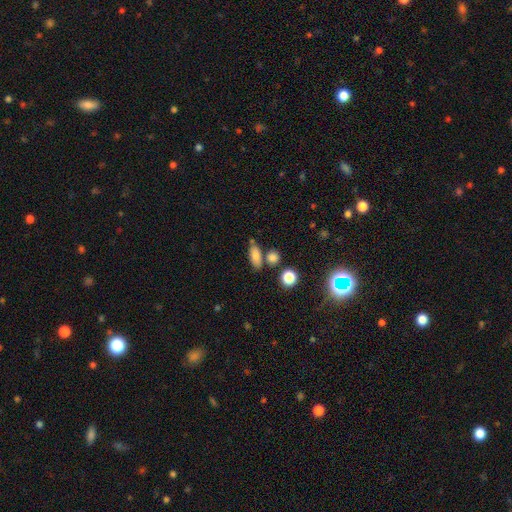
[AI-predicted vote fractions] smooth-or-featured: smooth: 80% | star or artifact: 11% | featured or disk: 9%
  how-rounded: in between: 75% | cigar-shaped: 16% | round: 9%
  merging: none: 67% | merger: 15% | minor disturbance: 13% | major disturbance: 4%